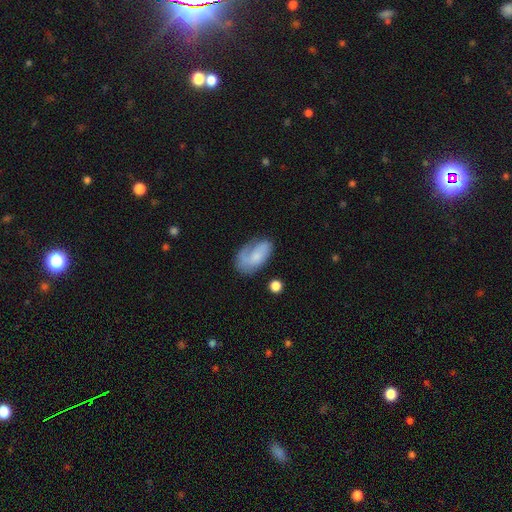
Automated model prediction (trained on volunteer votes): Smooth or featured?
  - smooth: 50% *
  - featured or disk: 42%
  - star or artifact: 8%
Merging?
  - none: 51% *
  - minor disturbance: 27%
  - major disturbance: 19%
  - merger: 4%